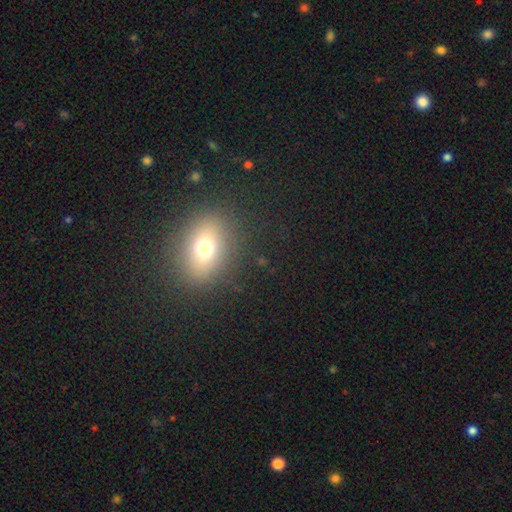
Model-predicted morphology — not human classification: smooth_or_featured: smooth (p=0.62) [alt: star or artifact p=0.20]
how_rounded: in between (p=0.68) [alt: round p=0.28]
merging: none (p=0.90) [alt: minor disturbance p=0.07]